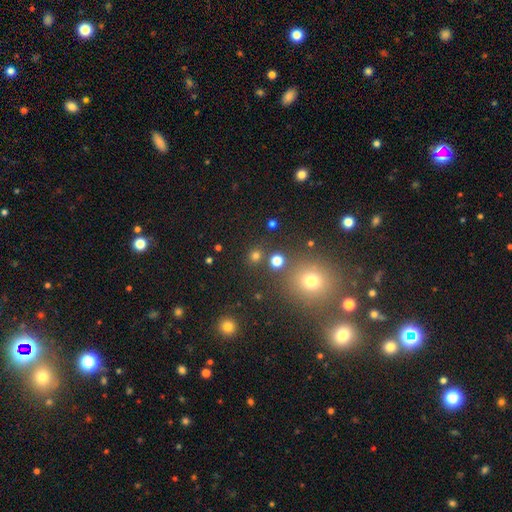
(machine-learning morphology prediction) This appears to be a smooth galaxy with no disk features (72%) that is round (89%). Merging: none (83%).